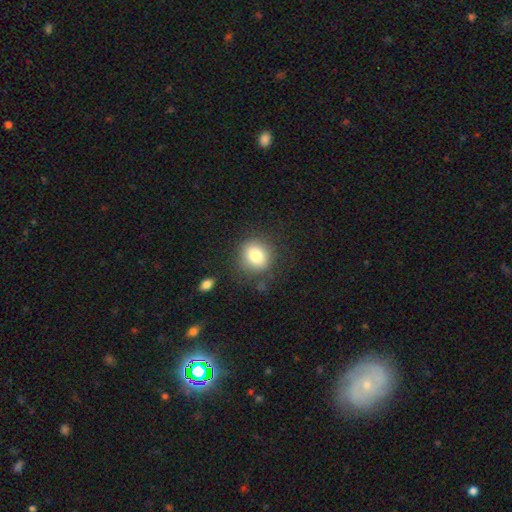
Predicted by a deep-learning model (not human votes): A smooth galaxy with no disk features (80%) that is round (83%). Merging: none (82%).